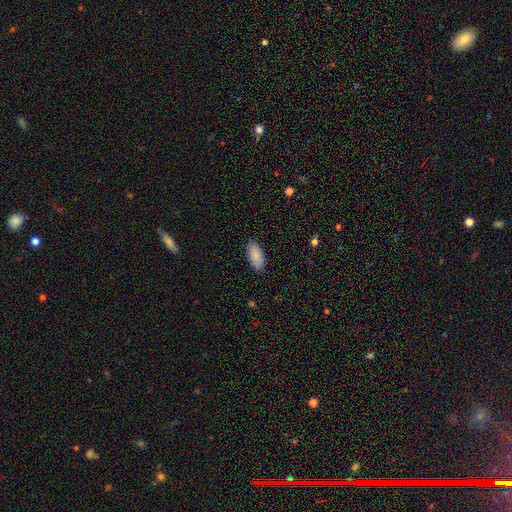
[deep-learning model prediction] Smooth or featured: smooth — 88% (star or artifact — 6%)
How rounded: in between — 91% (cigar-shaped — 7%)
Merging: none — 87% (minor disturbance — 10%)